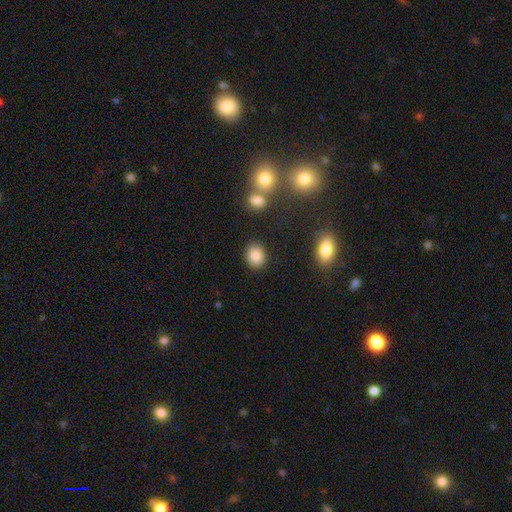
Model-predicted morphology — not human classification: Smooth or featured? smooth (85%)
How rounded? round (52%)
Merging? none (85%)